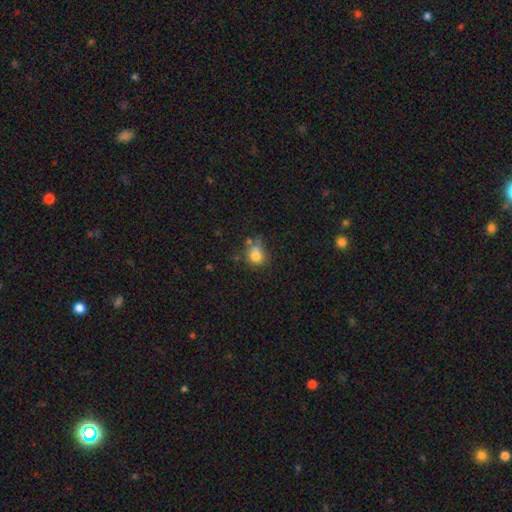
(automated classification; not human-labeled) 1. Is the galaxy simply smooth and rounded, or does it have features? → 77% smooth, 12% star or artifact, 11% featured or disk.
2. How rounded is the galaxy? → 63% round, 36% in between, 1% cigar-shaped.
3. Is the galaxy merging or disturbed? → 47% none, 25% minor disturbance, 16% merger, 12% major disturbance.